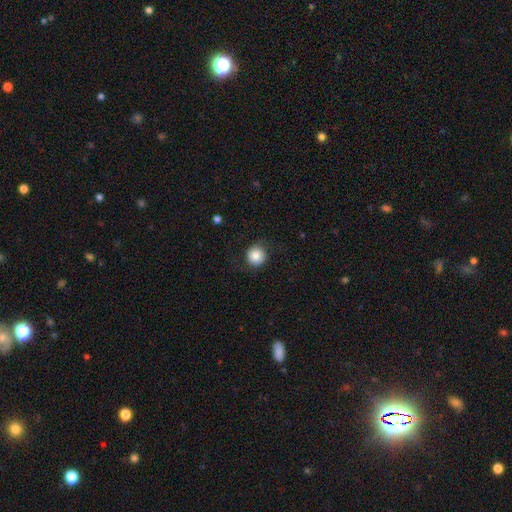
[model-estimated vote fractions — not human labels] smooth_or_featured: smooth (p=0.82) [alt: featured or disk p=0.09]
how_rounded: round (p=0.92) [alt: in between p=0.07]
merging: none (p=0.81) [alt: minor disturbance p=0.13]